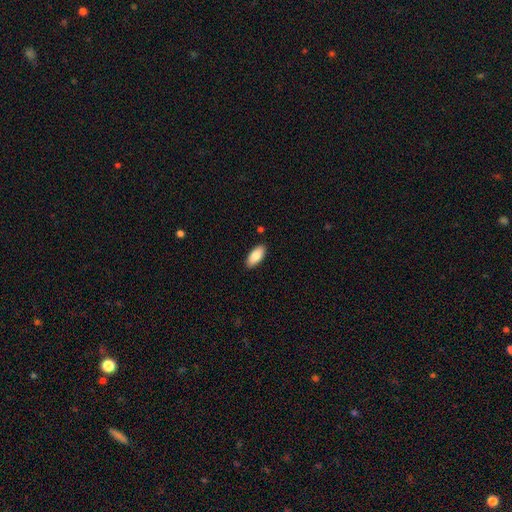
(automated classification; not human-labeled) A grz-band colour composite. It shows a smooth galaxy with no disk features (86%) that is in between round and cigar-shaped (87%). Merging: none (89%).